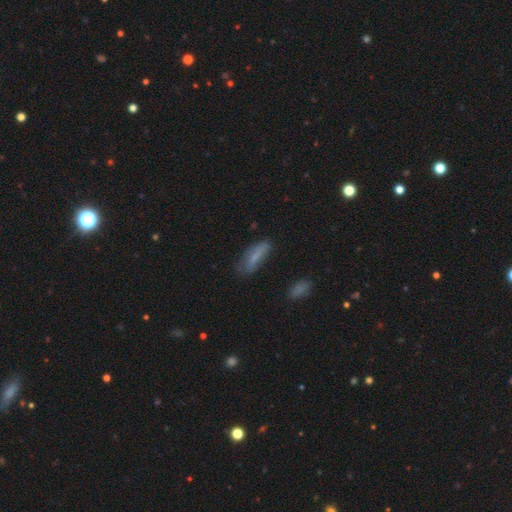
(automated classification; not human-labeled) smooth 67%, featured or disk 24%, star or artifact 9%. Down the decision tree: how rounded — cigar-shaped (51%); merging — none (66%).